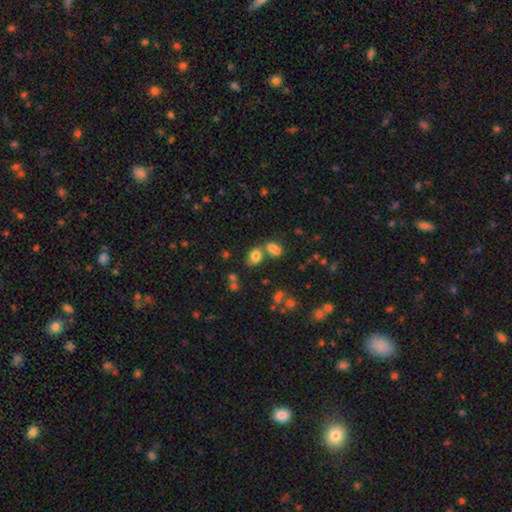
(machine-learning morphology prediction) Smooth or featured: smooth — 78% (star or artifact — 13%)
How rounded: in between — 72% (round — 26%)
Merging: none — 50% (merger — 34%)